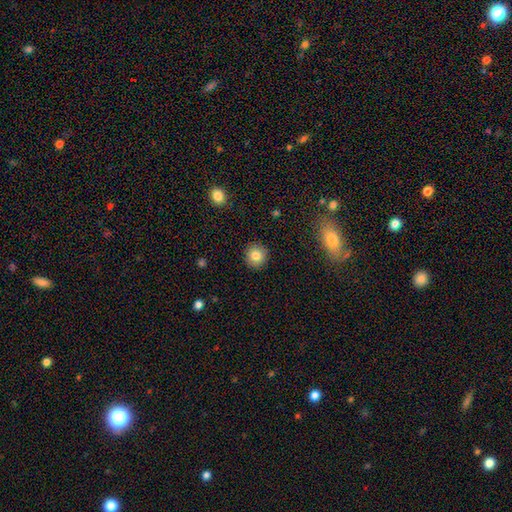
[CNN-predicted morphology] Smooth or featured? smooth (84%)
How rounded? round (92%)
Merging? none (91%)